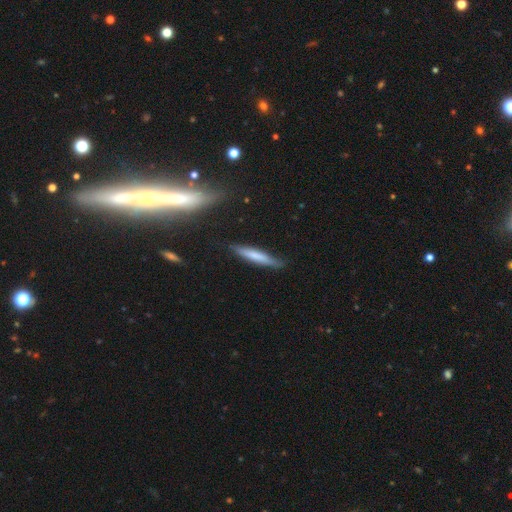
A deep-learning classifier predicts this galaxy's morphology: smooth_or_featured: smooth (p=0.64) [alt: featured or disk p=0.30]
how_rounded: cigar-shaped (p=0.92) [alt: in between p=0.07]
merging: none (p=0.79) [alt: minor disturbance p=0.16]